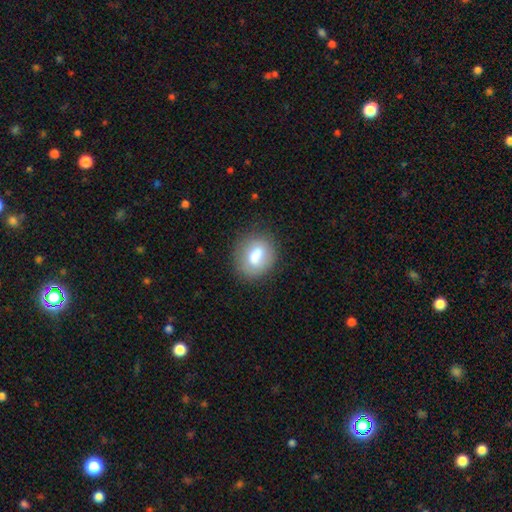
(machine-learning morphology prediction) Smooth or featured? smooth (72%)
How rounded? round (52%)
Merging? none (74%)